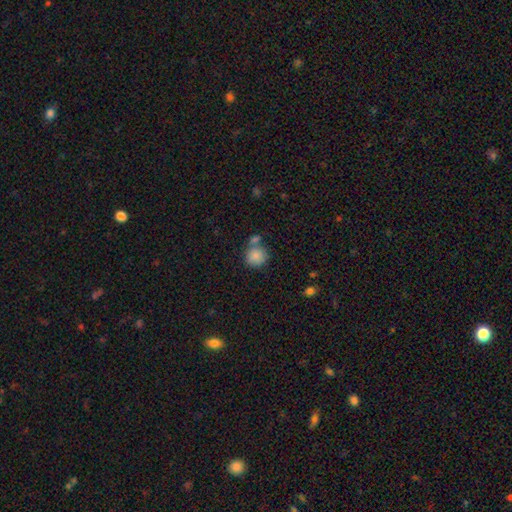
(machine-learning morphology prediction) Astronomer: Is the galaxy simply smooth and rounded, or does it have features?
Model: smooth — 83%.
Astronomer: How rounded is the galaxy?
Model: round — 89%.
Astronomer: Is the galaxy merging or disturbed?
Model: none — 60%.